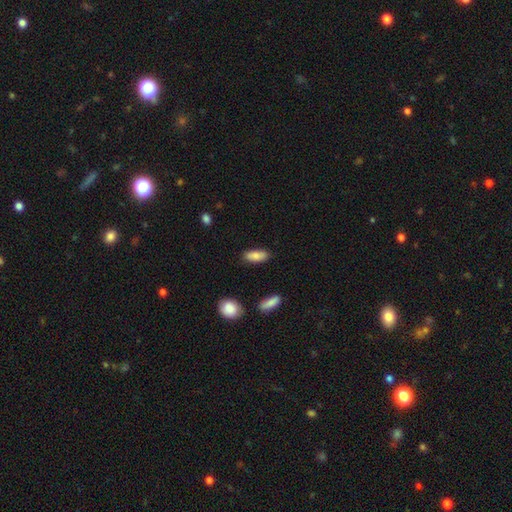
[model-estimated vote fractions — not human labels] A smooth galaxy with no disk features (83%) that is in between round and cigar-shaped (81%).

Vote fractions:
- Smooth or featured? smooth: 83% / featured or disk: 11% / star or artifact: 7%
- How rounded? in between: 81% / cigar-shaped: 16% / round: 3%
- Merging? none: 82% / minor disturbance: 13% / merger: 3% / major disturbance: 3%